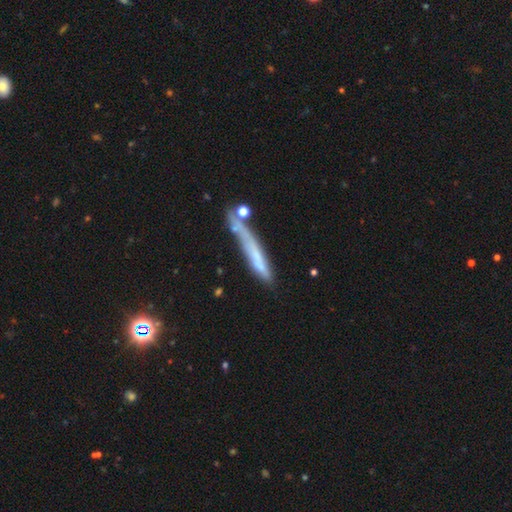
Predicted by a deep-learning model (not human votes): A smooth galaxy with no disk features (51%) that is cigar-shaped (92%). Merging: none (45%).